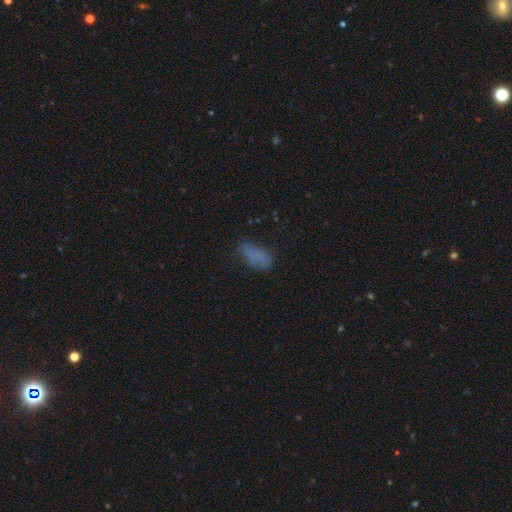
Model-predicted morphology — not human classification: smooth-or-featured: smooth: 73% | featured or disk: 14% | star or artifact: 13%
  how-rounded: in between: 79% | cigar-shaped: 18% | round: 3%
  merging: none: 60% | minor disturbance: 25% | major disturbance: 12% | merger: 2%